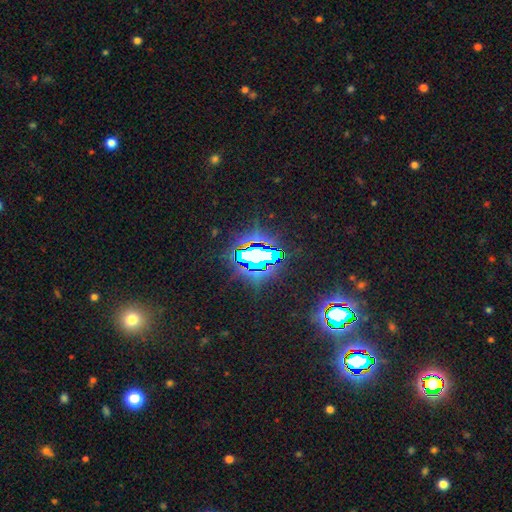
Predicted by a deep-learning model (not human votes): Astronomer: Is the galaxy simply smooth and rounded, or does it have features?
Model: star or artifact — 76%.